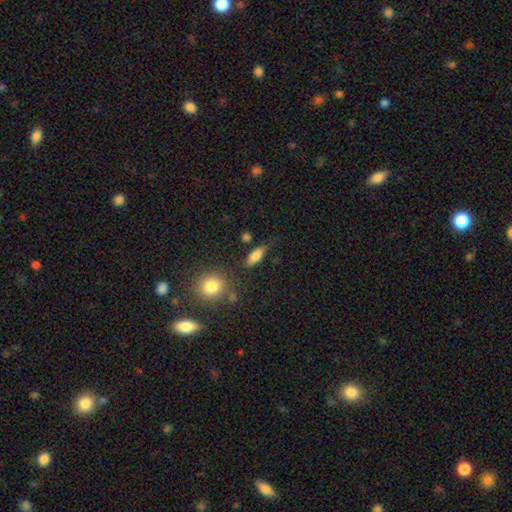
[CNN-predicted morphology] This is clearly a smooth galaxy (82%). How rounded: likely in between (76%). Merging: likely none (72%).